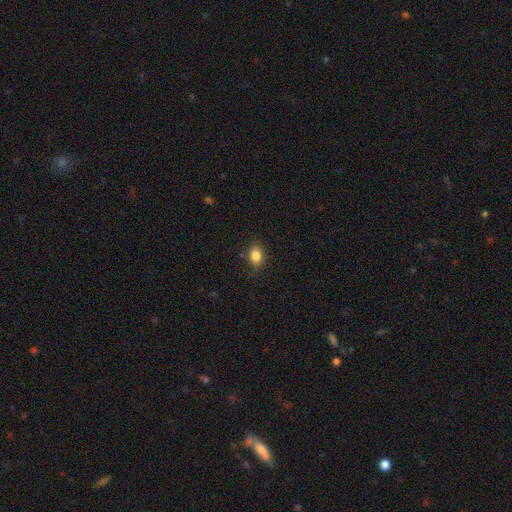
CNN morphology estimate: smooth 85%, star or artifact 9%, featured or disk 6%. Down the decision tree: how rounded — in between (72%); merging — none (85%).